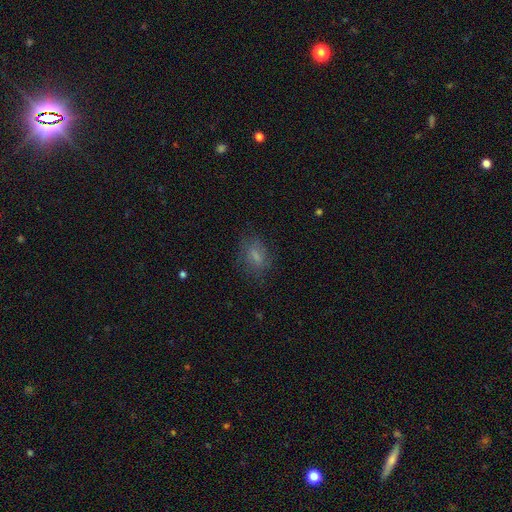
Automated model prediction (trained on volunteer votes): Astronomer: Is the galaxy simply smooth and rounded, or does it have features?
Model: smooth — 64%.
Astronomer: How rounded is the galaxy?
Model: in between — 75%.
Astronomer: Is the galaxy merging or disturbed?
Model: none — 68%.